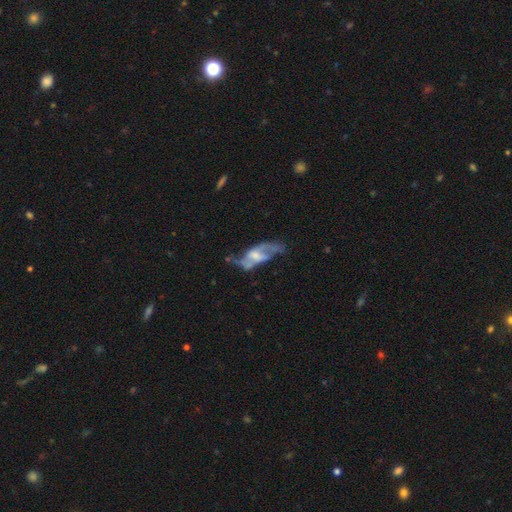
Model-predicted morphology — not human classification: A featured or disk galaxy (73%) with a weak bar (41%), spiral arms (73%) and a small central bulge (37%). Merging: none (41%).